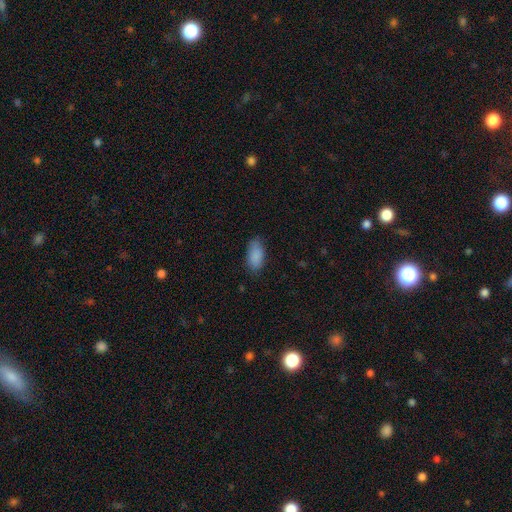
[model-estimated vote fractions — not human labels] A smooth galaxy with no disk features (88%) that is in between round and cigar-shaped (93%). Merging: none (79%).